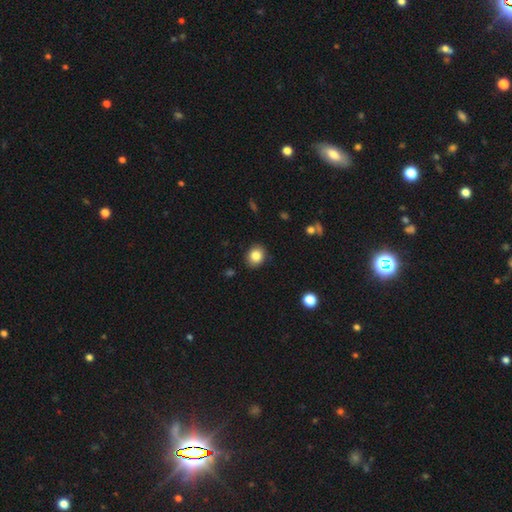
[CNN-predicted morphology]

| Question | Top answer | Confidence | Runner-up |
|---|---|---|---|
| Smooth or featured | smooth | 84% | star or artifact (10%) |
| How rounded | round | 66% | in between (33%) |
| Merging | none | 88% | minor disturbance (9%) |